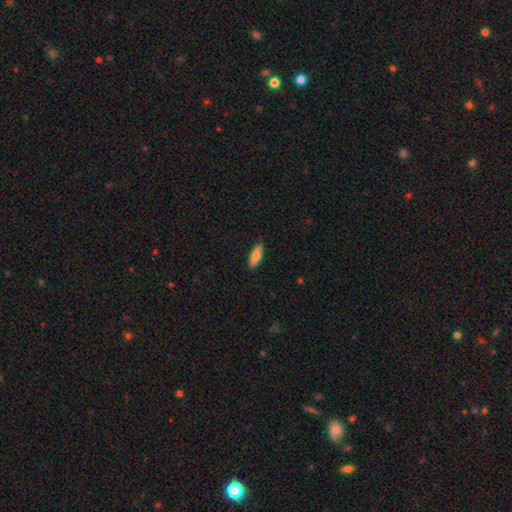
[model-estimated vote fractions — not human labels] A smooth galaxy with no disk features (79%) that is in between round and cigar-shaped (54%).

Vote fractions:
- Smooth or featured? smooth: 79% / featured or disk: 15% / star or artifact: 6%
- How rounded? in between: 54% / cigar-shaped: 44% / round: 2%
- Merging? none: 88% / minor disturbance: 10% / major disturbance: 2% / merger: 1%